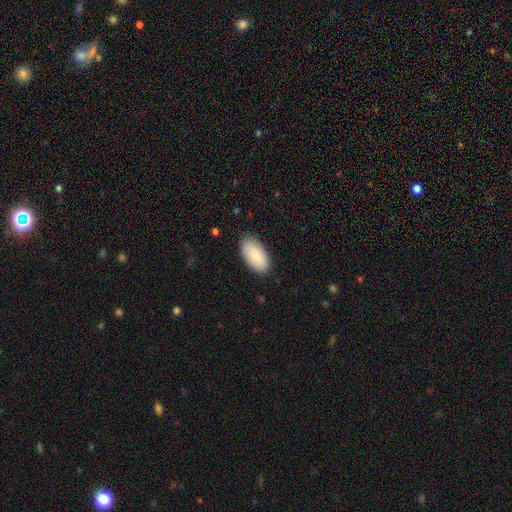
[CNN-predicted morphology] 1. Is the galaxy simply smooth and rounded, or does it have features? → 86% smooth, 8% featured or disk, 6% star or artifact.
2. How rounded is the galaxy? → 96% in between, 2% cigar-shaped, 2% round.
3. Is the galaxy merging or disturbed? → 85% none, 12% minor disturbance, 2% major disturbance, 1% merger.